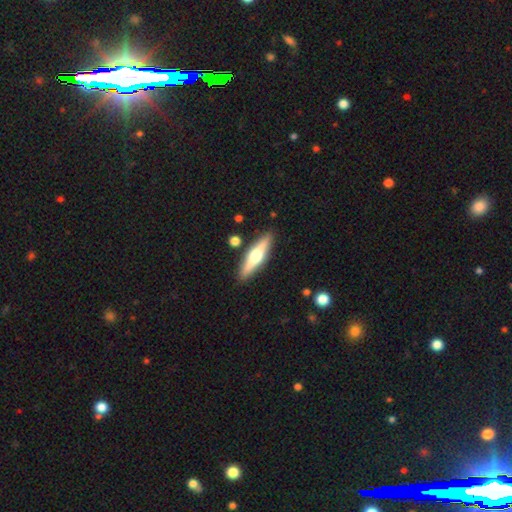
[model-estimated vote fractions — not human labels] smooth-or-featured: featured or disk: 60% | smooth: 35% | star or artifact: 6%
  disk-edge-on: yes: 95% | no: 5%
    edge-on-bulge: rounded: 95% | boxy: 3% | none: 2%
  merging: none: 88% | minor disturbance: 7% | merger: 3% | major disturbance: 2%